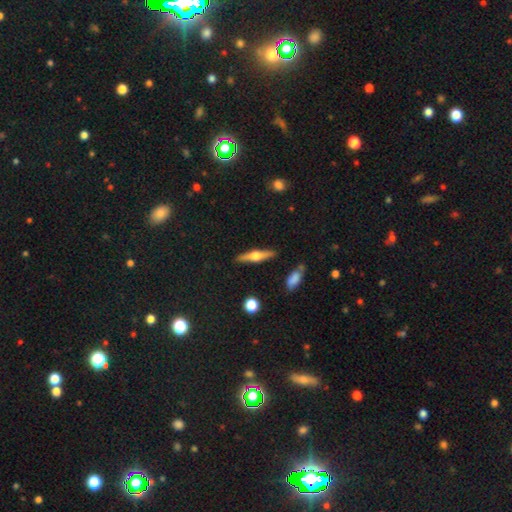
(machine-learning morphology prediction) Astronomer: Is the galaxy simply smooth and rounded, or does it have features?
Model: featured or disk — 63%.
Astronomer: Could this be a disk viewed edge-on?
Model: yes — 96%.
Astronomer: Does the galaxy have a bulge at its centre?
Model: rounded — 94%.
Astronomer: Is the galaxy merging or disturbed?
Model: none — 88%.